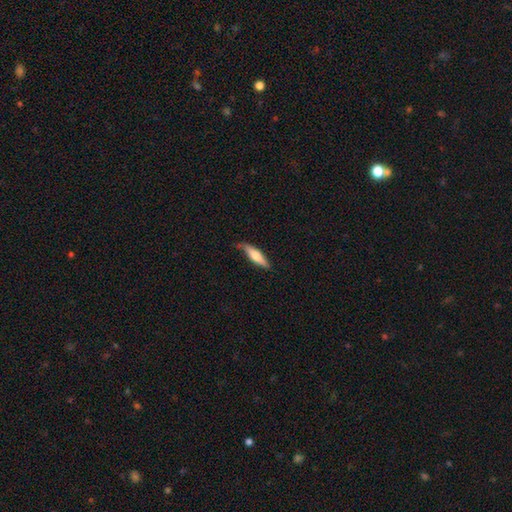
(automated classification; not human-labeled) Smooth or featured? Predicted: smooth (p=0.61). How rounded? Predicted: cigar-shaped (p=0.72). Merging? Predicted: none (p=0.68).